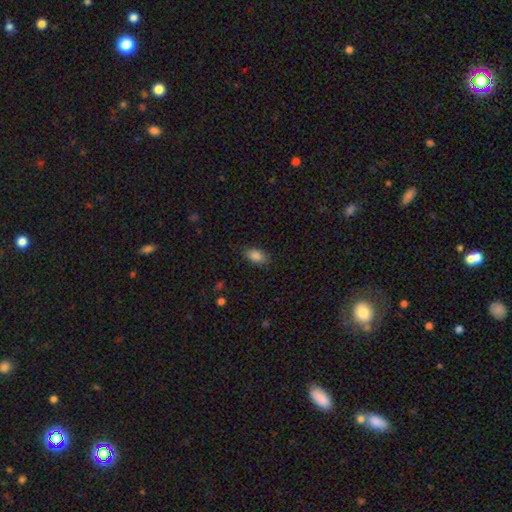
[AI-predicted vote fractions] Smooth or featured? smooth (87%)
How rounded? in between (91%)
Merging? none (85%)